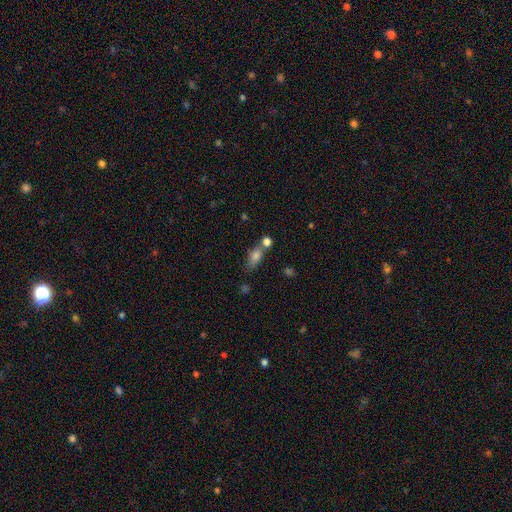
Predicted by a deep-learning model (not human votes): smooth-or-featured: smooth: 77% | featured or disk: 12% | star or artifact: 11%
  how-rounded: in between: 75% | cigar-shaped: 13% | round: 11%
  merging: none: 50% | merger: 27% | minor disturbance: 16% | major disturbance: 7%